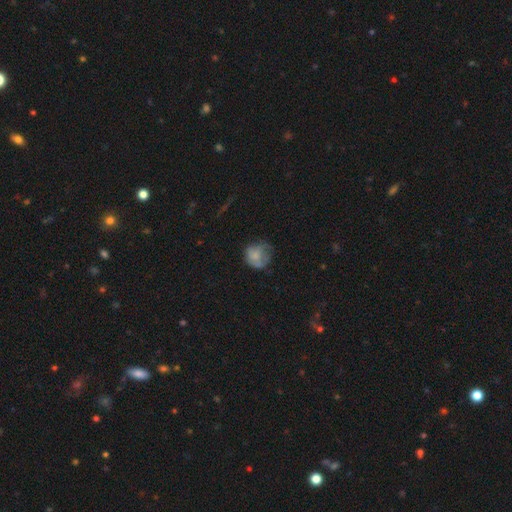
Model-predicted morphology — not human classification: The model was most divided on "merging": none: 46%, minor disturbance: 32%, major disturbance: 21%, merger: 2%. More confident: how rounded — round (79%); smooth or featured — smooth (68%).